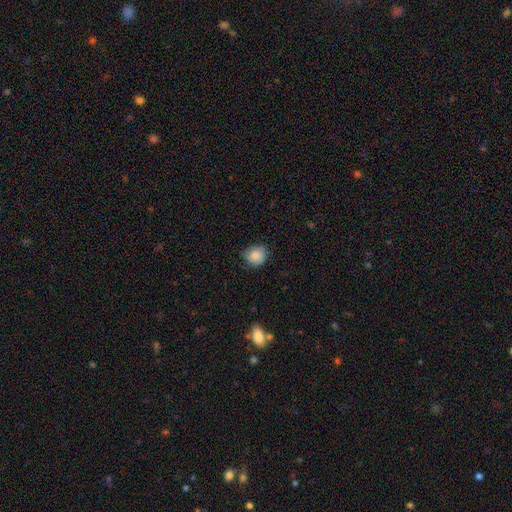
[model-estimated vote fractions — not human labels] Smooth or featured? Predicted: smooth (p=0.82). How rounded? Predicted: round (p=0.79). Merging? Predicted: none (p=0.71).